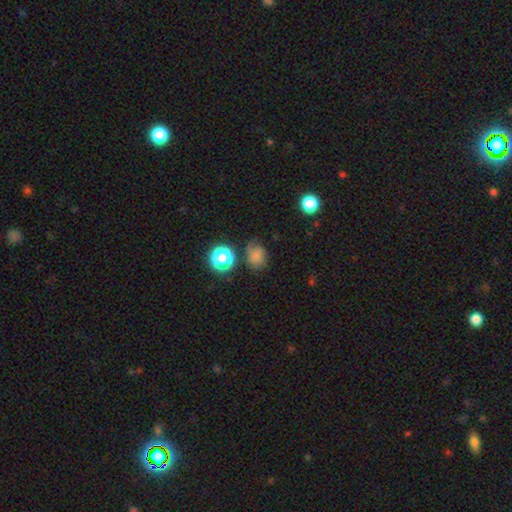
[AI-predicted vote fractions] Smooth or featured? smooth (68%)
How rounded? round (55%)
Merging? none (60%)